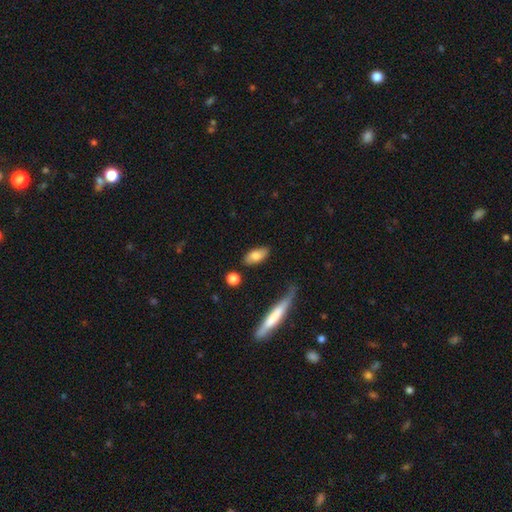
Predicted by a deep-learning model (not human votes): This appears to be a smooth galaxy with no disk features (79%) that is in between round and cigar-shaped (85%). Merging: none (80%).